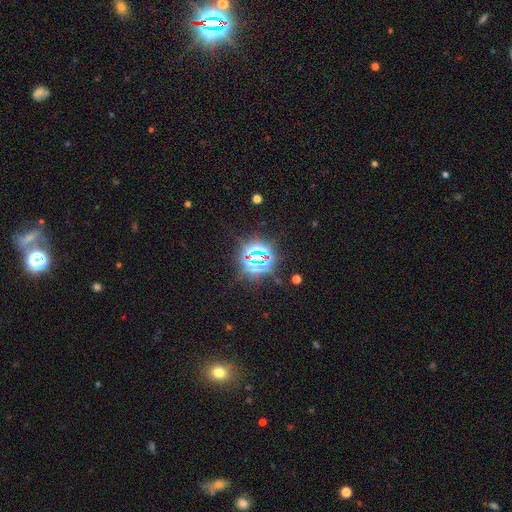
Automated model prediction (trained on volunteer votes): A star or artifact, not a galaxy (81%).

Vote fractions:
- Smooth or featured? star or artifact: 81% / smooth: 11% / featured or disk: 9%